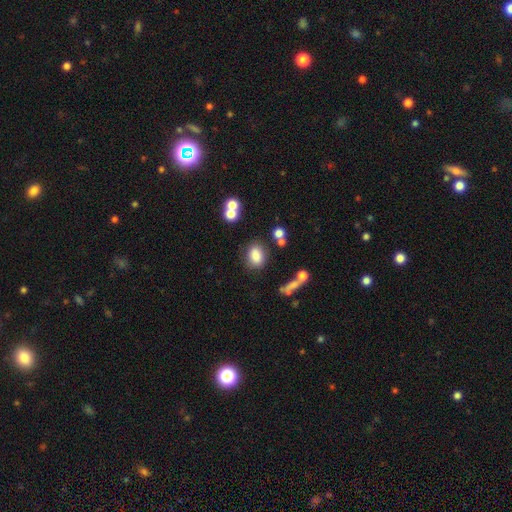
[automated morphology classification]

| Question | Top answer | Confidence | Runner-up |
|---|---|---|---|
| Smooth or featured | smooth | 80% | star or artifact (11%) |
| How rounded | in between | 68% | round (30%) |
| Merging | none | 72% | minor disturbance (14%) |